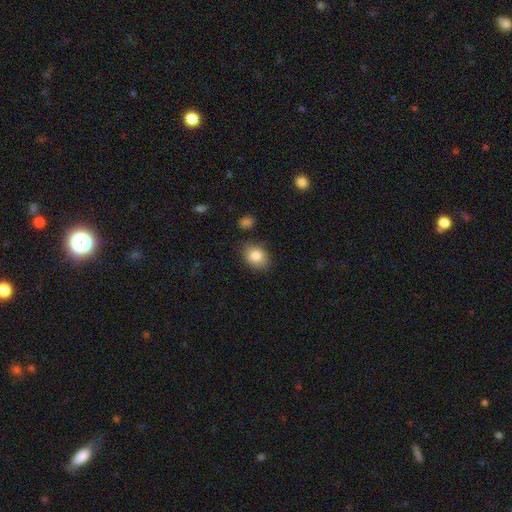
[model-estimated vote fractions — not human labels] smooth_or_featured: smooth (p=0.83) [alt: star or artifact p=0.09]
how_rounded: in between (p=0.50) [alt: round p=0.49]
merging: none (p=0.82) [alt: minor disturbance p=0.13]